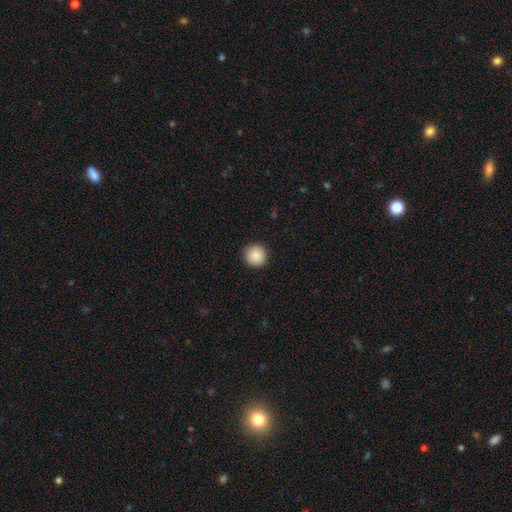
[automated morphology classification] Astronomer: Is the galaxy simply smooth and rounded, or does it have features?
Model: smooth — 88%.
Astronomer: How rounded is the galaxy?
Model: round — 95%.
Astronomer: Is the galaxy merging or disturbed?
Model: none — 92%.